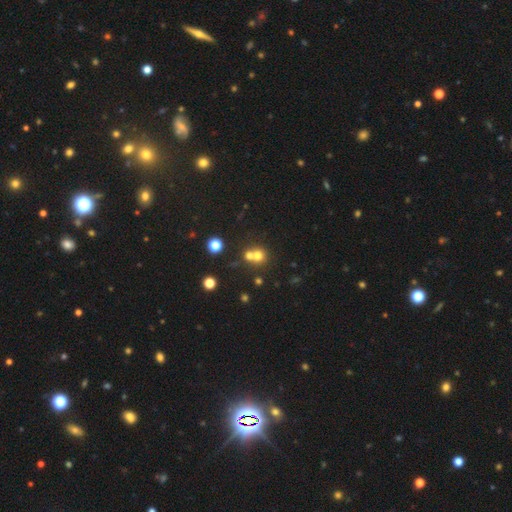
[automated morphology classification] A smooth galaxy with no disk features (69%) that is round (86%).

Vote fractions:
- Smooth or featured? smooth: 69% / star or artifact: 17% / featured or disk: 14%
- How rounded? round: 86% / in between: 13% / cigar-shaped: 1%
- Merging? merger: 53% / none: 39% / minor disturbance: 5% / major disturbance: 3%